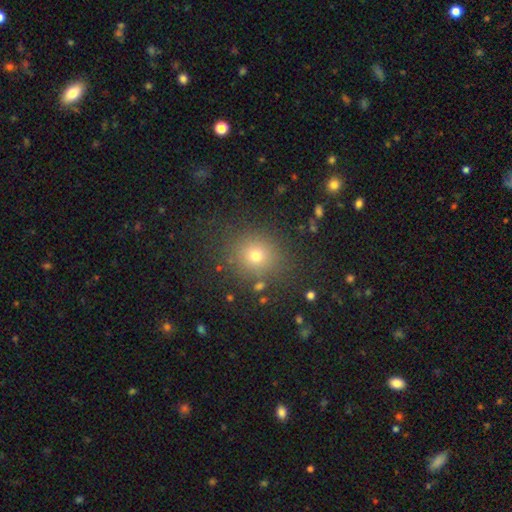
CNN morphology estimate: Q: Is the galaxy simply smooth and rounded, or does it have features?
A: smooth — 71%.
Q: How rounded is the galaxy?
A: round — 83%.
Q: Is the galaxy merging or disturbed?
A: none — 83%.